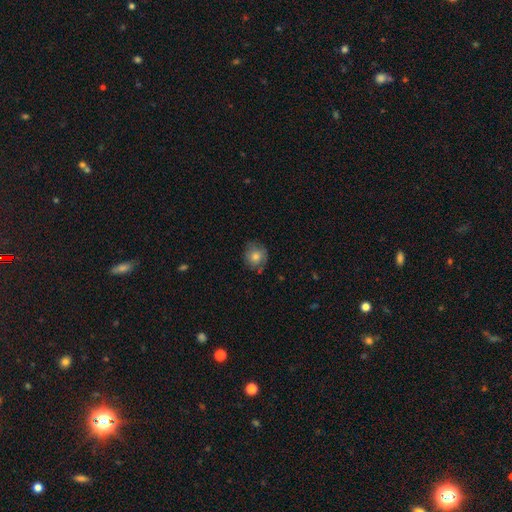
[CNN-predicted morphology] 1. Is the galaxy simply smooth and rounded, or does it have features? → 77% smooth, 15% featured or disk, 9% star or artifact.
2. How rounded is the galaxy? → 86% round, 13% in between, 1% cigar-shaped.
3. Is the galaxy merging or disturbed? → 74% none, 20% minor disturbance, 4% major disturbance, 2% merger.